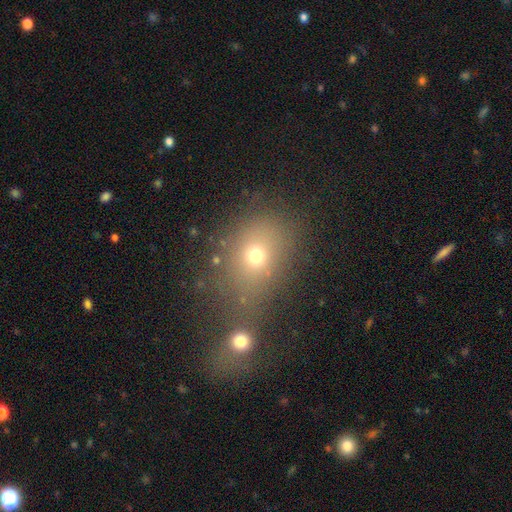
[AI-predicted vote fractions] smooth_or_featured: smooth (p=0.67) [alt: star or artifact p=0.19]
how_rounded: in between (p=0.49) [tied with: round p=0.49]
merging: none (p=0.56) [alt: merger p=0.24]